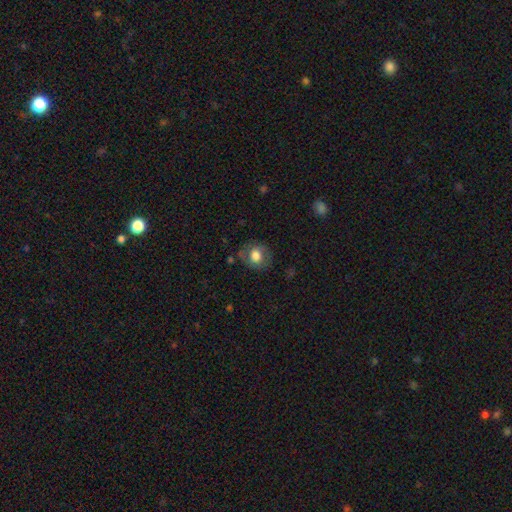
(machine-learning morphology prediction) This is likely a smooth galaxy (71%). How rounded: likely round (72%). Merging: likely none (76%).